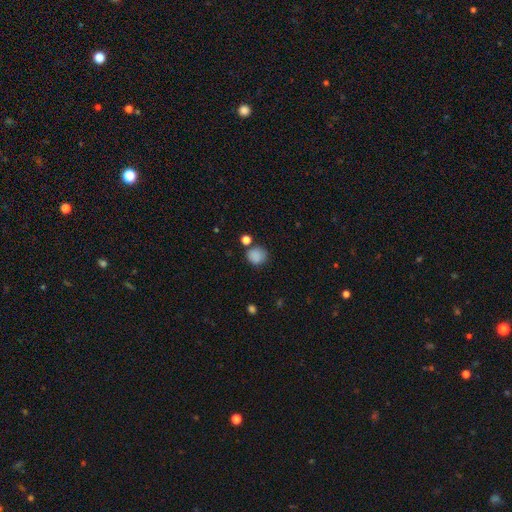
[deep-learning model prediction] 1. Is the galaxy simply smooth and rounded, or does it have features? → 85% smooth, 11% star or artifact, 4% featured or disk.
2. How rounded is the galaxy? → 84% round, 16% in between, 1% cigar-shaped.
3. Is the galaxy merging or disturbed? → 74% none, 13% minor disturbance, 8% merger, 4% major disturbance.